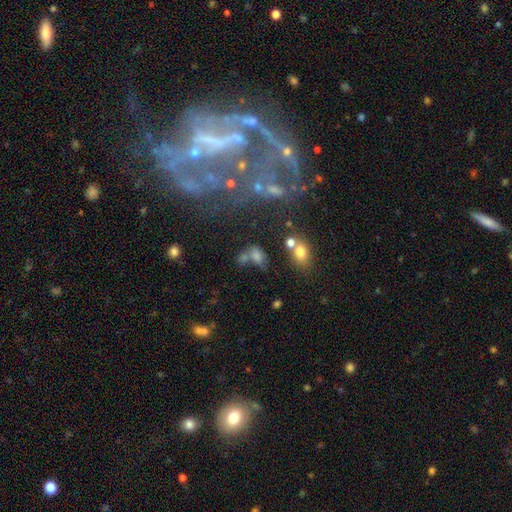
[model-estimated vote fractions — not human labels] Smooth or featured? smooth (69%)
How rounded? in between (75%)
Merging? merger (39%)